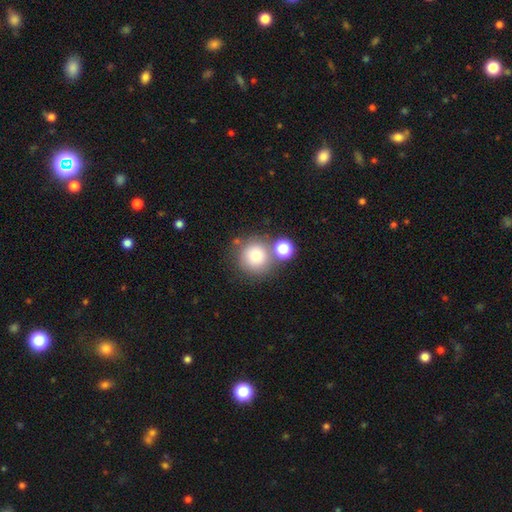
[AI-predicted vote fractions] Smooth or featured? smooth (75%)
How rounded? round (93%)
Merging? none (65%)